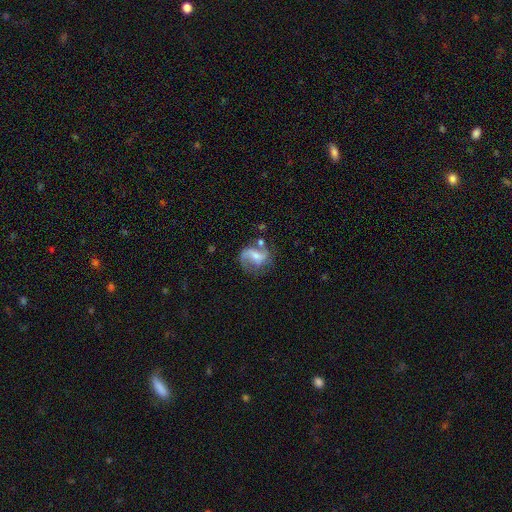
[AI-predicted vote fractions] Overall: featured or disk (69%). Edge-on disk: no (97%). Bar: weak (44%; no 39%). Spiral arms: yes (88%). Spiral arm count: 2 (67%). Spiral winding: loose (47%; medium 40%). Bulge size: moderate (40%; small 39%). Merging: none (48%; minor disturbance 22%).